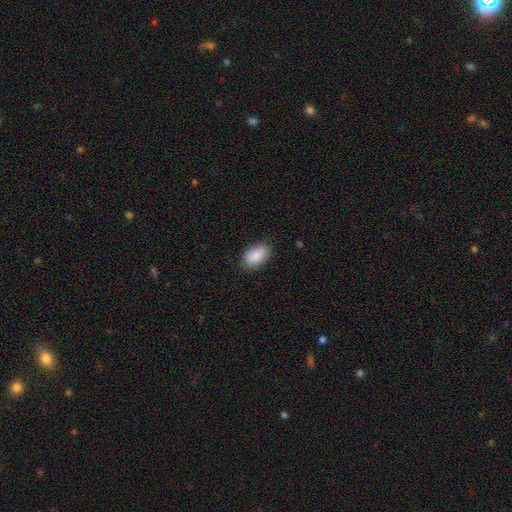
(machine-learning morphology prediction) This appears to be a smooth galaxy with no disk features (89%) that is in between round and cigar-shaped (91%). Merging: none (84%).